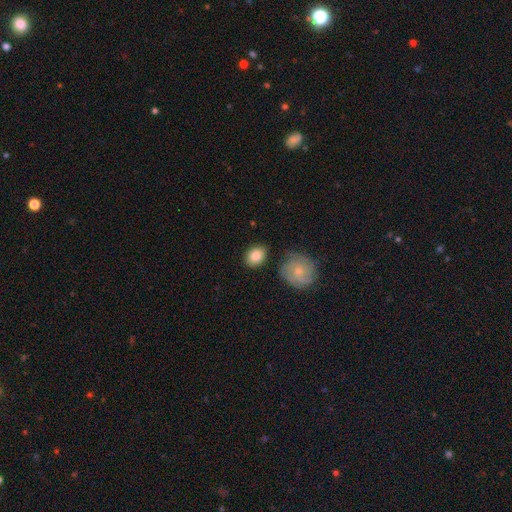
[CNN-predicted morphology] type=smooth (82%); roundness=in between (58%); merging=none (80%).